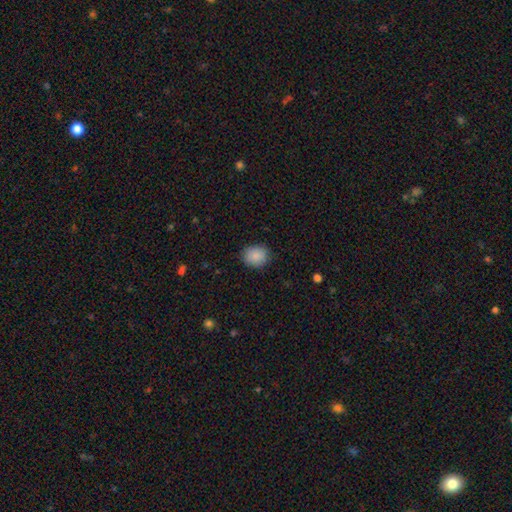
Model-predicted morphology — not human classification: smooth 88%, star or artifact 8%, featured or disk 4%. Down the decision tree: how rounded — round (58%); merging — none (86%).